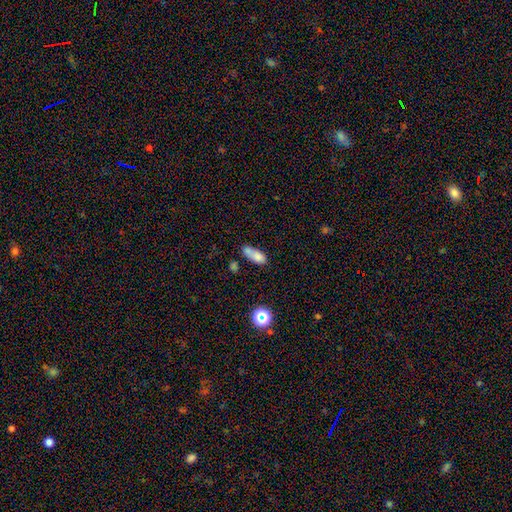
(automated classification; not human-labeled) Smooth or featured?
  - smooth: 74% *
  - featured or disk: 15%
  - star or artifact: 11%
How rounded?
  - in between: 75% *
  - cigar-shaped: 19%
  - round: 6%
Merging?
  - none: 38% *
  - merger: 33%
  - minor disturbance: 20%
  - major disturbance: 10%